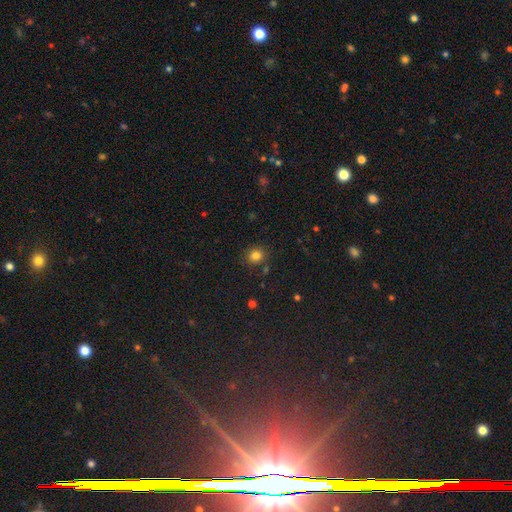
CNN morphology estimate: This appears to be a smooth galaxy with no disk features (81%) that is round (78%). Merging: none (84%).